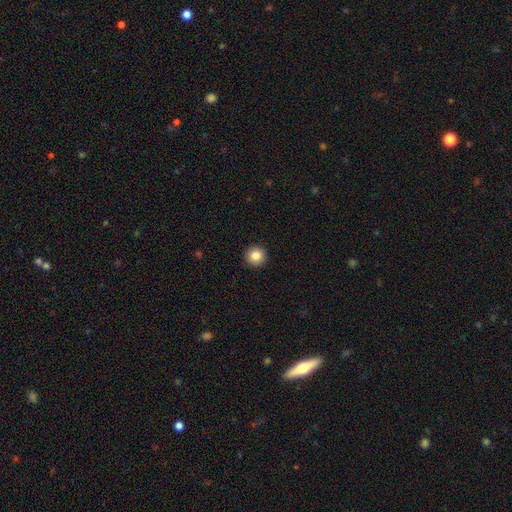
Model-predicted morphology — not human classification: type=smooth (85%); roundness=round (95%); merging=none (93%).